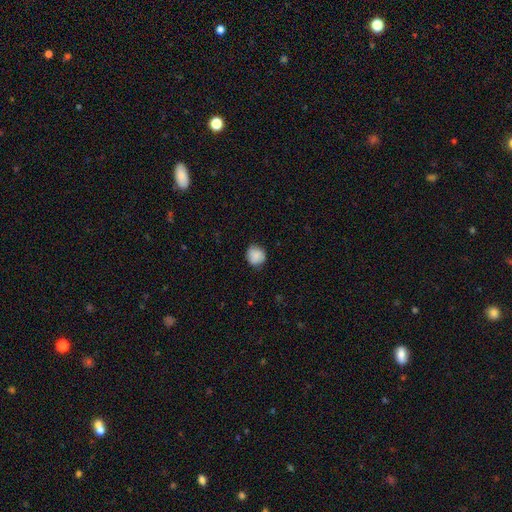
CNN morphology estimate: smooth 83%, featured or disk 9%, star or artifact 8%. Down the decision tree: how rounded — round (84%); merging — none (80%).